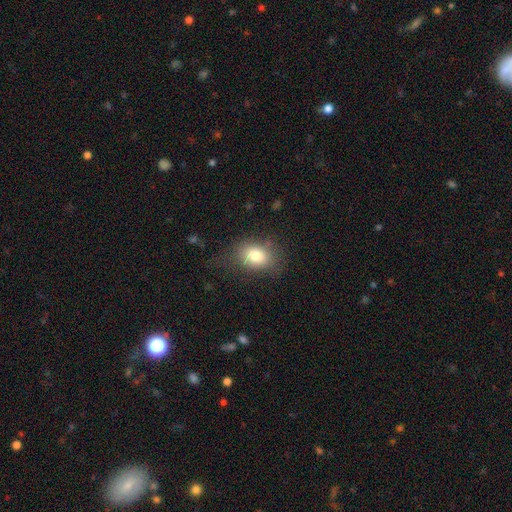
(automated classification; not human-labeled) Smooth or featured? smooth (79%)
How rounded? in between (70%)
Merging? none (69%)